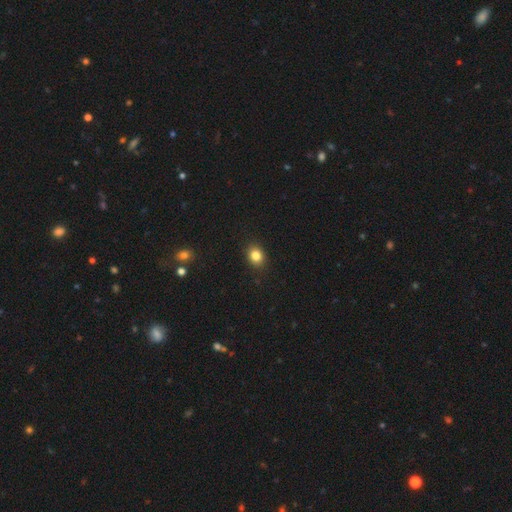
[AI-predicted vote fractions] Q: Smooth or featured?
A: smooth (84%); runner-up: star or artifact (11%)
Q: How rounded?
A: round (56%); runner-up: in between (43%)
Q: Merging?
A: none (89%); runner-up: minor disturbance (8%)